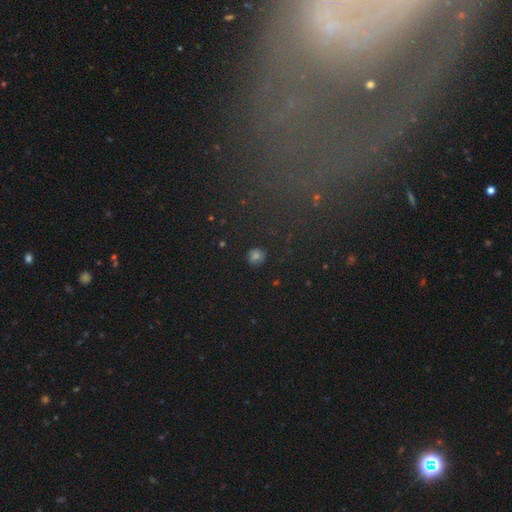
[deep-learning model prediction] smooth 69%, star or artifact 22%, featured or disk 9%. Down the decision tree: how rounded — round (87%); merging — none (85%).